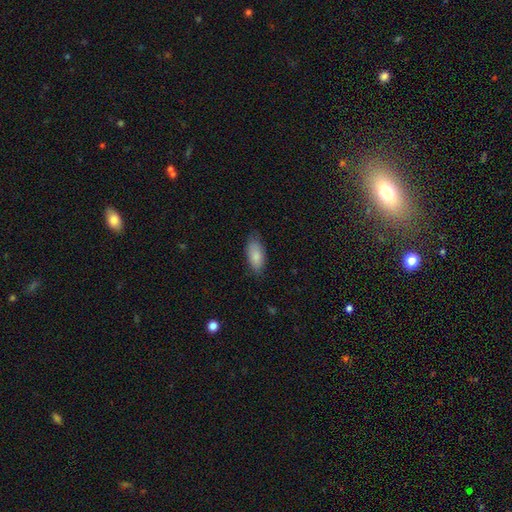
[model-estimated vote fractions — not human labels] Overall: smooth (85%). How rounded: in between (89%). Merging: none (73%).